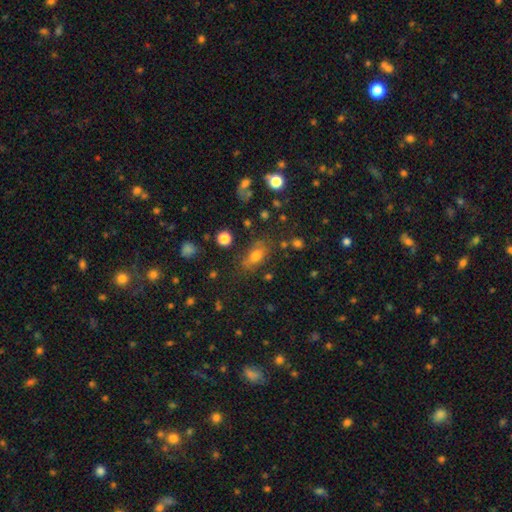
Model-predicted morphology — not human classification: This appears to be a smooth galaxy with no disk features (68%) that is in between round and cigar-shaped (76%). Merging: none (72%).